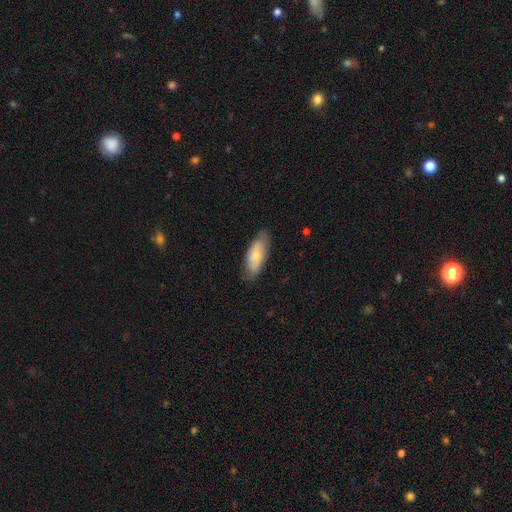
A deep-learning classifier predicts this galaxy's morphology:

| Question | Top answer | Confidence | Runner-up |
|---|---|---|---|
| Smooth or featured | smooth | 64% | featured or disk (30%) |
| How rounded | in between | 75% | cigar-shaped (22%) |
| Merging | none | 78% | minor disturbance (18%) |